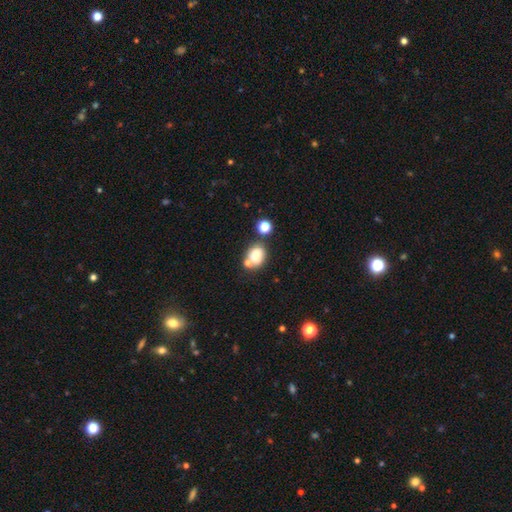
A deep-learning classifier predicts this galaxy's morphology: Smooth or featured? smooth (77%)
How rounded? in between (57%)
Merging? none (53%)